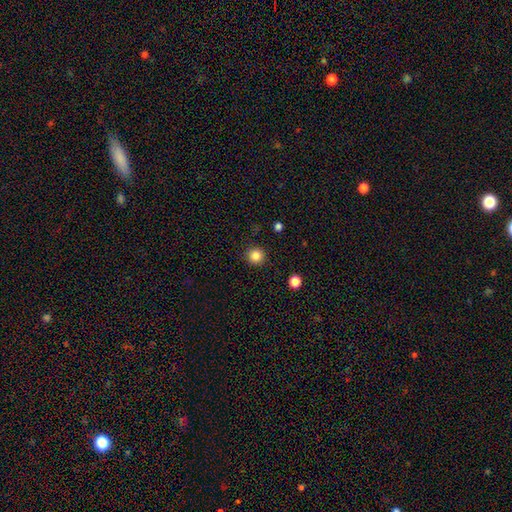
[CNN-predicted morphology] This appears to be a smooth galaxy with no disk features (85%) that is round (95%). Merging: none (91%).